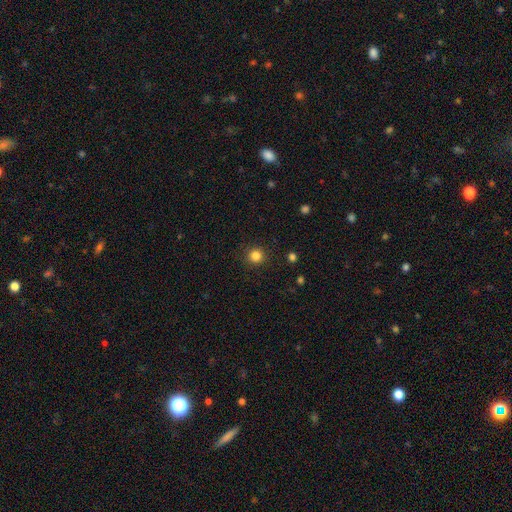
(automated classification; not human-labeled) Q: Smooth or featured?
A: smooth (84%); runner-up: star or artifact (12%)
Q: How rounded?
A: round (94%); runner-up: in between (5%)
Q: Merging?
A: none (91%); runner-up: minor disturbance (6%)